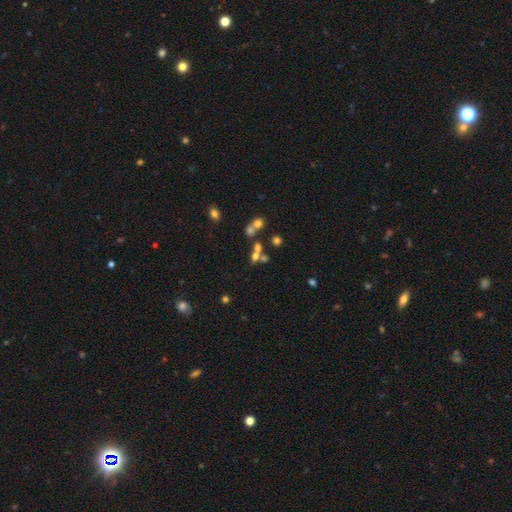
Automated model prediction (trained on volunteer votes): This is possibly a smooth galaxy (53%). How rounded: possibly round (57%). Merging: marginally none (42%, tied with merger).